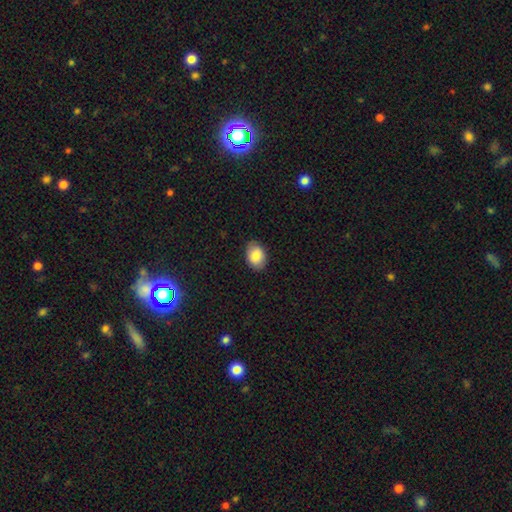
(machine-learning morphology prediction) type=smooth (86%); roundness=in between (82%); merging=none (85%).